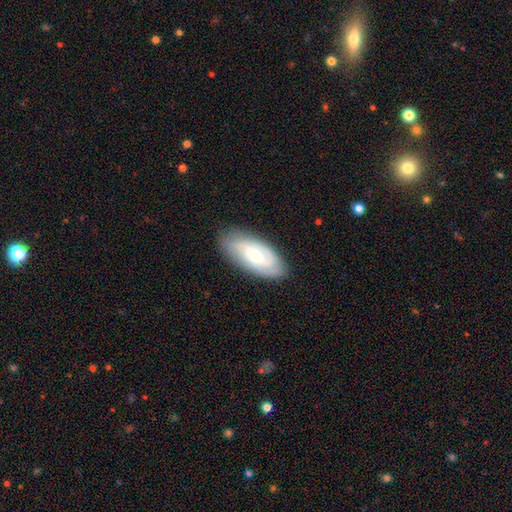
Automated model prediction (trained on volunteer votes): A featured or disk galaxy (63%) with no bar (53%), 2 (43%) tight (50%) spiral arms (88%) and a small central bulge (64%). Merging: none (82%).